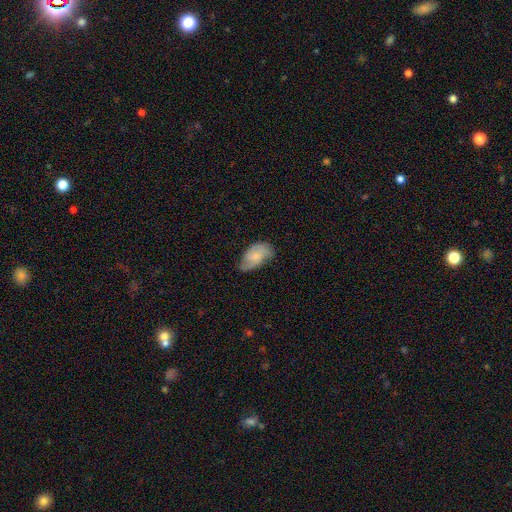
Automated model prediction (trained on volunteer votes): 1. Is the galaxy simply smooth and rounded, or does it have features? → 48% smooth, 46% featured or disk, 7% star or artifact.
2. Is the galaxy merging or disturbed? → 56% none, 33% minor disturbance, 10% major disturbance, 1% merger.